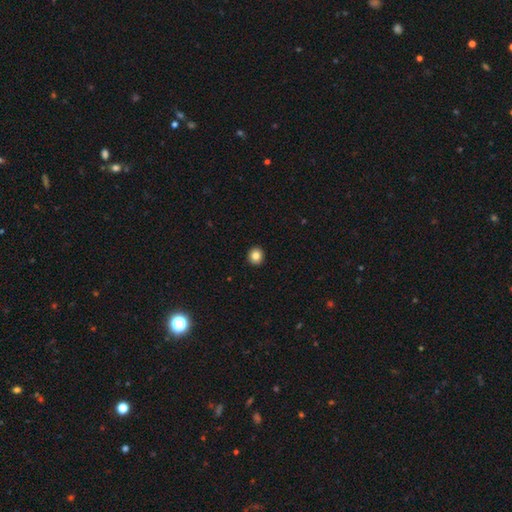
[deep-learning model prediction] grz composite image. It shows a smooth galaxy with no disk features (84%) that is round (90%). Merging: none (94%).